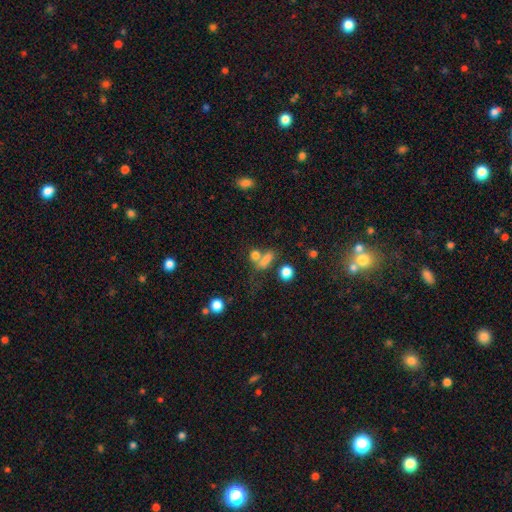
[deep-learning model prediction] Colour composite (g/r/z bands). It shows a star or artifact, not a galaxy (50%).